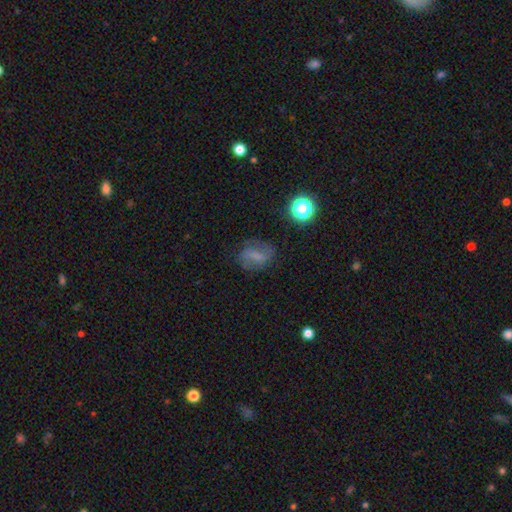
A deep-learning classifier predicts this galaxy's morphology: Smooth or featured? smooth (43%)
Merging? none (69%)